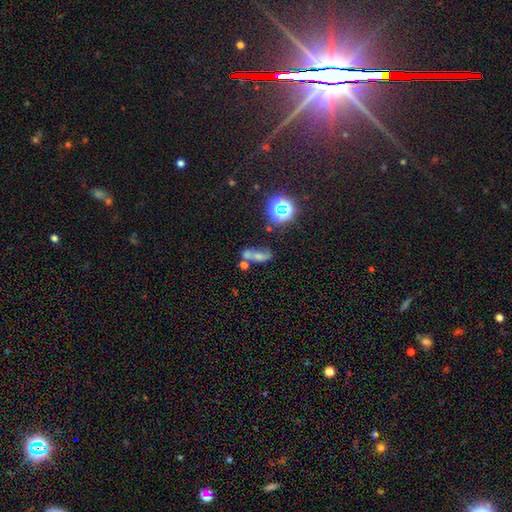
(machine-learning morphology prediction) type=smooth (48%); merging=merger (39%).